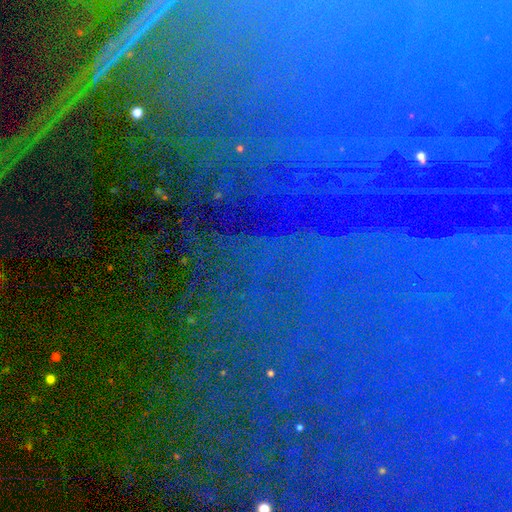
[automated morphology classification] Smooth or featured: star or artifact — 82% (featured or disk — 10%)